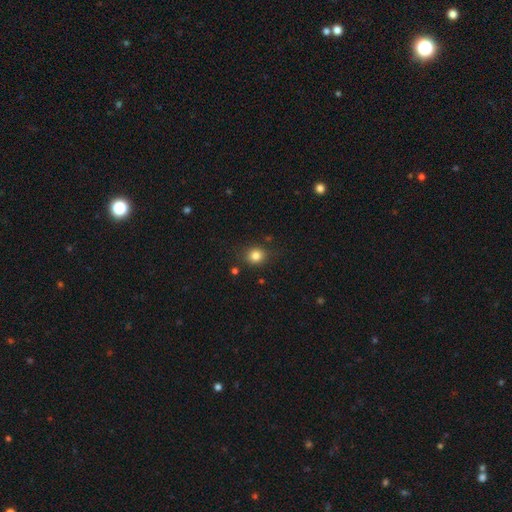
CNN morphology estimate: This appears to be a smooth galaxy with no disk features (83%) that is round (78%). Merging: none (84%).